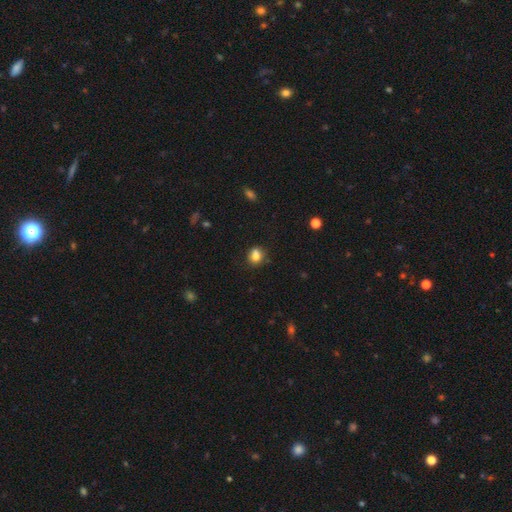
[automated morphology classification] Smooth or featured? smooth (80%)
How rounded? round (60%)
Merging? none (64%)